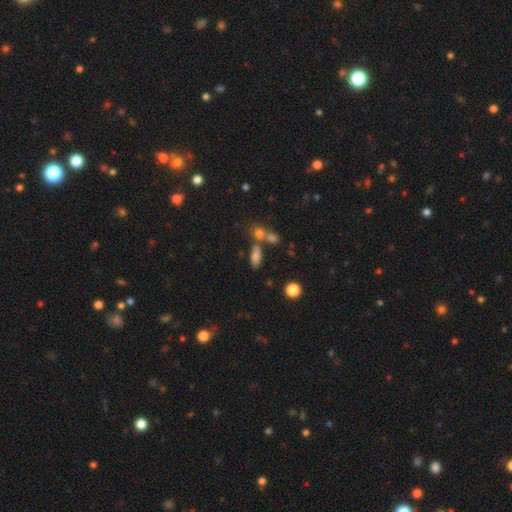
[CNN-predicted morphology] smooth_or_featured: smooth (p=0.75) [alt: star or artifact p=0.14]
how_rounded: in between (p=0.75) [alt: cigar-shaped p=0.18]
merging: none (p=0.52) [alt: merger p=0.32]